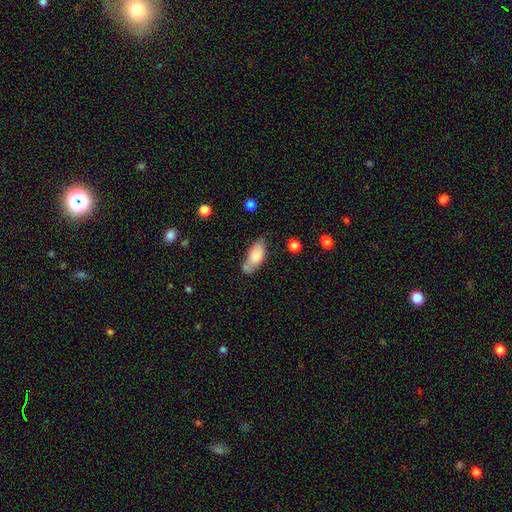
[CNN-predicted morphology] The model was most divided on "merging": none: 46%, minor disturbance: 26%, merger: 20%, major disturbance: 8%. More confident: how rounded — in between (89%); smooth or featured — smooth (79%).